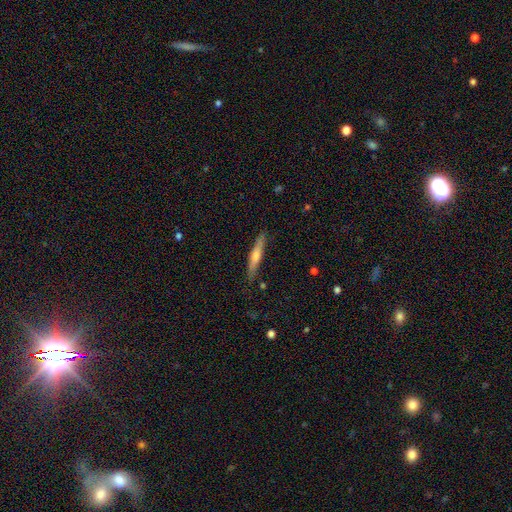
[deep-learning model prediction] A featured or disk galaxy (55%) viewed edge-on (96%) with a rounded central bulge (82%). Merging: none (87%).